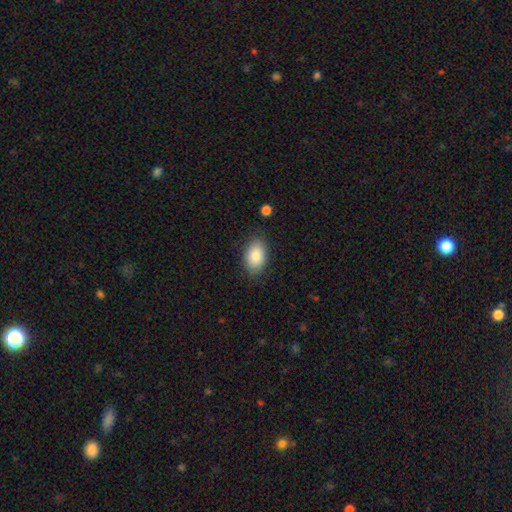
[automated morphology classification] type=smooth (85%); roundness=in between (88%); merging=none (84%).